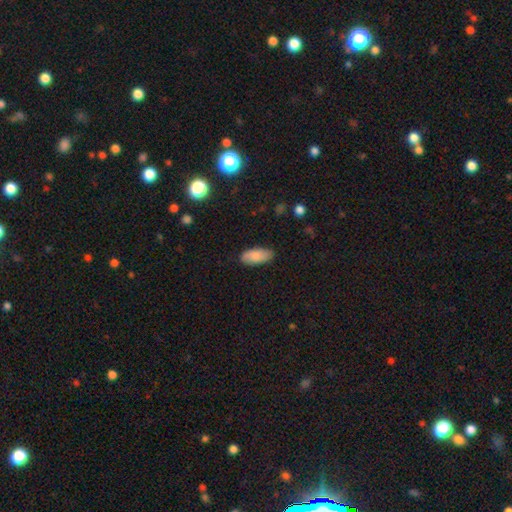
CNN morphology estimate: Smooth or featured? smooth (85%)
How rounded? in between (89%)
Merging? none (85%)